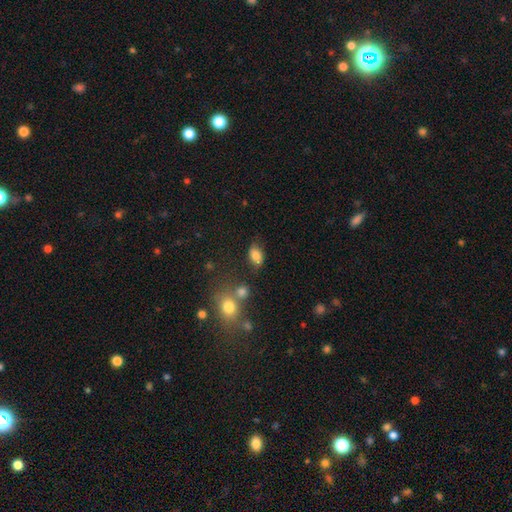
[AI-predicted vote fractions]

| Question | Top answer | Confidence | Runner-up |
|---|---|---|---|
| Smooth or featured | smooth | 80% | featured or disk (10%) |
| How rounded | in between | 86% | round (12%) |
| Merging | none | 67% | minor disturbance (20%) |